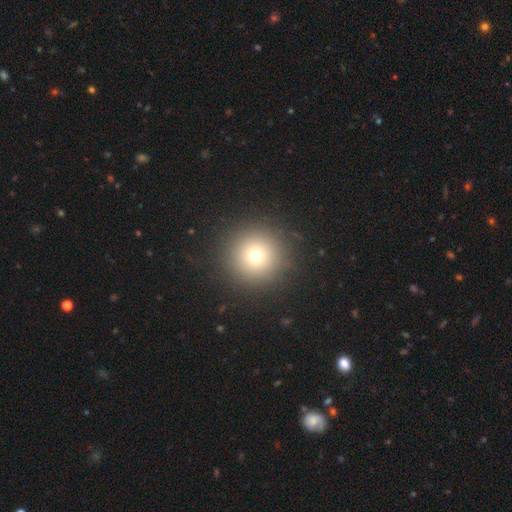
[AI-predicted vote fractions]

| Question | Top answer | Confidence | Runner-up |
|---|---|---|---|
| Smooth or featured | smooth | 71% | star or artifact (18%) |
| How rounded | round | 96% | in between (3%) |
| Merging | none | 91% | minor disturbance (5%) |